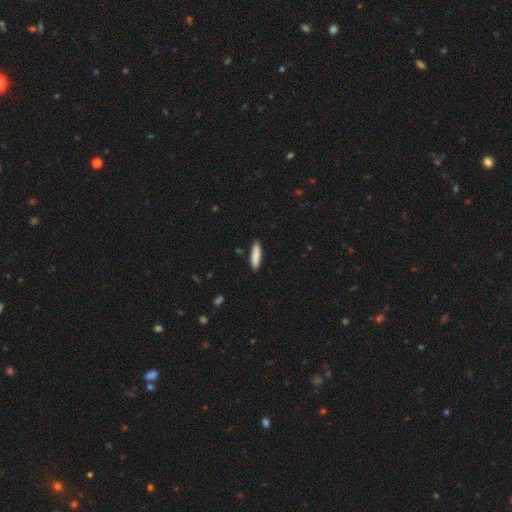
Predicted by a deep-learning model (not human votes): Overall: smooth (87%). How rounded: cigar-shaped (74%). Merging: none (89%).